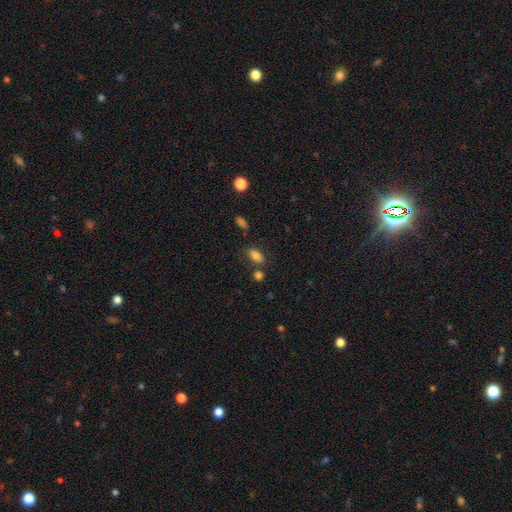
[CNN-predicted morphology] A smooth galaxy with no disk features (81%) that is in between round and cigar-shaped (86%). Merging: none (70%).